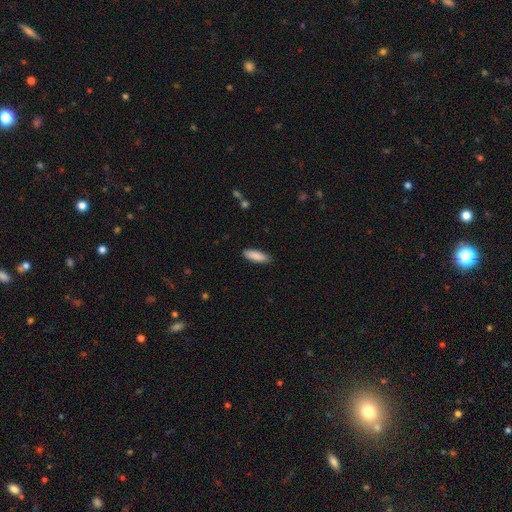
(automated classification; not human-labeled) Morphology: type=smooth (89%); roundness=in between (49%, tied with cigar-shaped); merging=none (87%).